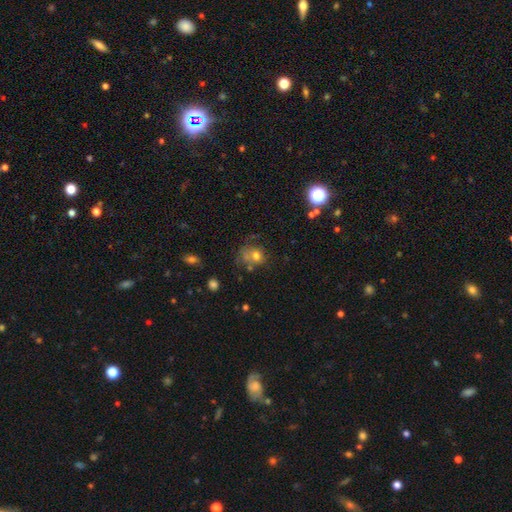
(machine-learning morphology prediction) A smooth galaxy with no disk features (67%) that is round (65%). Merging: none (43%).